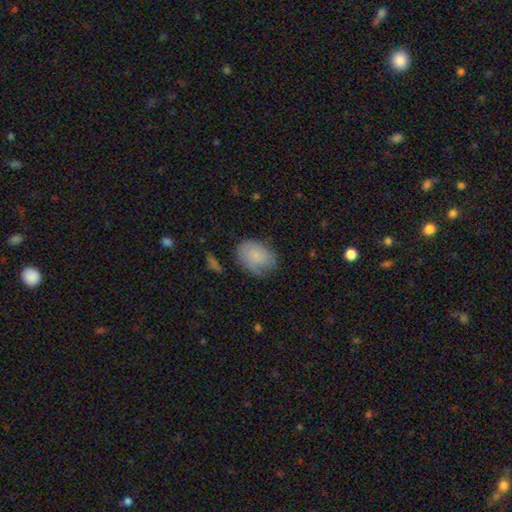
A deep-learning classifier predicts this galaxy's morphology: smooth_or_featured: smooth (p=0.74) [alt: featured or disk p=0.19]
how_rounded: in between (p=0.68) [alt: round p=0.31]
merging: none (p=0.61) [alt: minor disturbance p=0.28]